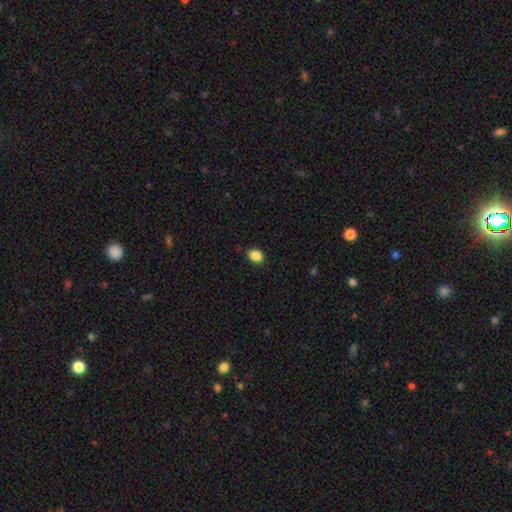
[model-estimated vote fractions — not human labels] Overall: smooth (88%). How rounded: in between (63%; round 36%). Merging: none (88%).